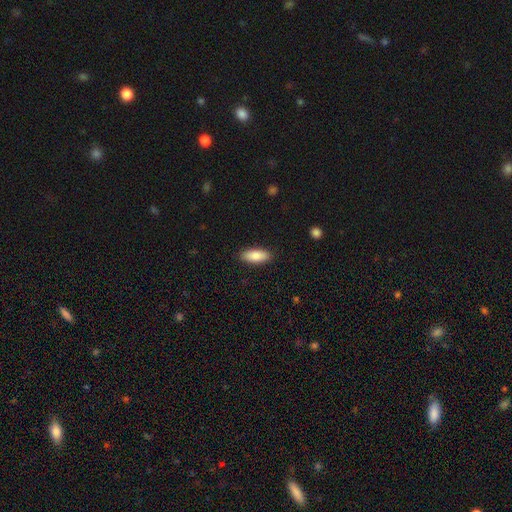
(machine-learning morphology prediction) Q: Smooth or featured?
A: smooth (85%); runner-up: featured or disk (9%)
Q: How rounded?
A: in between (74%); runner-up: cigar-shaped (24%)
Q: Merging?
A: none (89%); runner-up: minor disturbance (8%)